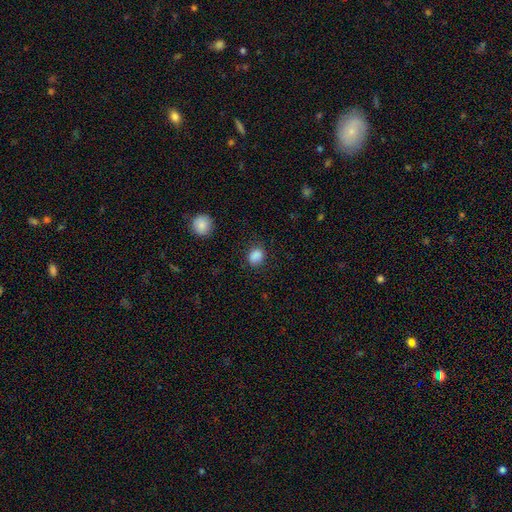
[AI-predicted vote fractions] Smooth or featured?
  - smooth: 86% *
  - star or artifact: 10%
  - featured or disk: 4%
How rounded?
  - in between: 51% *
  - round: 48%
  - cigar-shaped: 1%
Merging?
  - none: 80% *
  - minor disturbance: 14%
  - major disturbance: 4%
  - merger: 2%